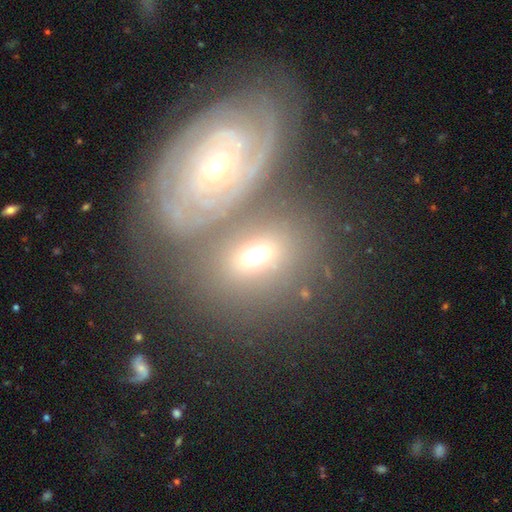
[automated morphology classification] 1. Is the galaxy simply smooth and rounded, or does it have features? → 58% smooth, 23% featured or disk, 20% star or artifact.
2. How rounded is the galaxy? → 65% in between, 31% round, 4% cigar-shaped.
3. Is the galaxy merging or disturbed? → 50% none, 29% merger, 12% minor disturbance, 9% major disturbance.